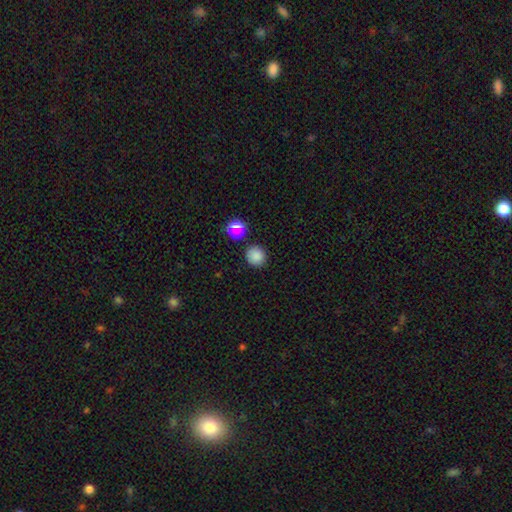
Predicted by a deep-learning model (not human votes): Overall: smooth (81%). How rounded: round (91%). Merging: none (86%).